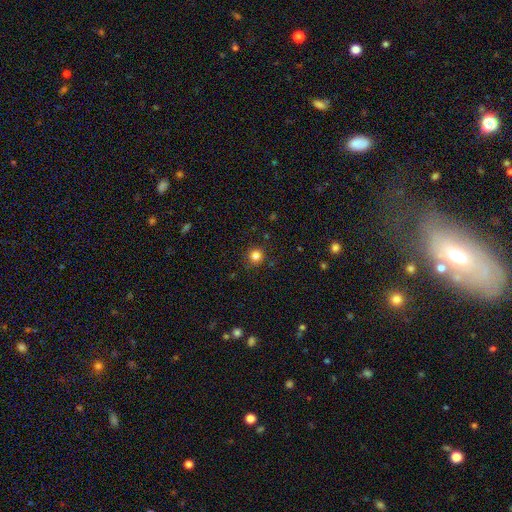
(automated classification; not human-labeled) smooth-or-featured: smooth: 83% | star or artifact: 13% | featured or disk: 5%
  how-rounded: round: 92% | in between: 7% | cigar-shaped: 1%
  merging: none: 90% | minor disturbance: 7% | major disturbance: 2% | merger: 1%